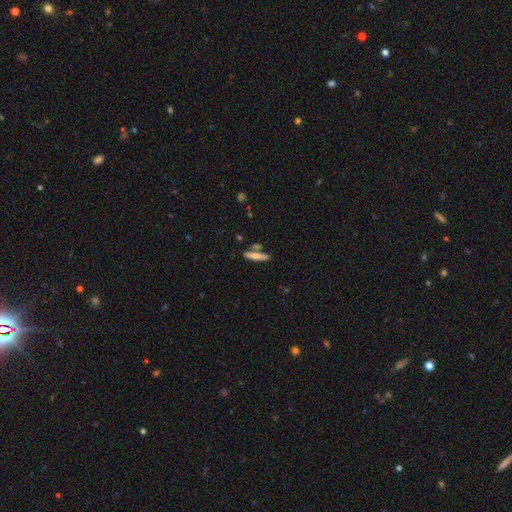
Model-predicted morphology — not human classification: Q: Smooth or featured?
A: smooth (56%); runner-up: featured or disk (38%)
Q: How rounded?
A: cigar-shaped (81%); runner-up: in between (17%)
Q: Merging?
A: none (72%); runner-up: merger (14%)